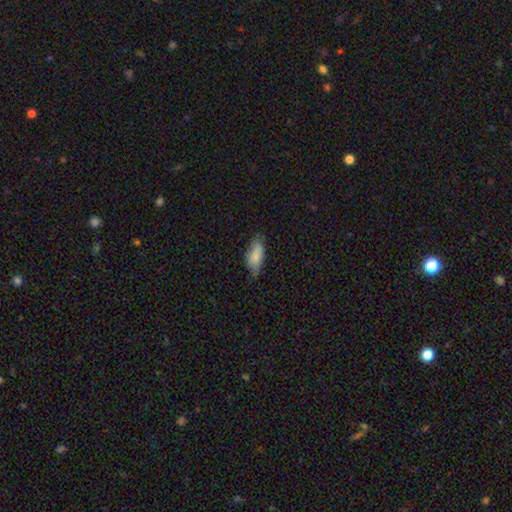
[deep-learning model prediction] Overall: smooth (80%). How rounded: in between (83%). Merging: none (68%).